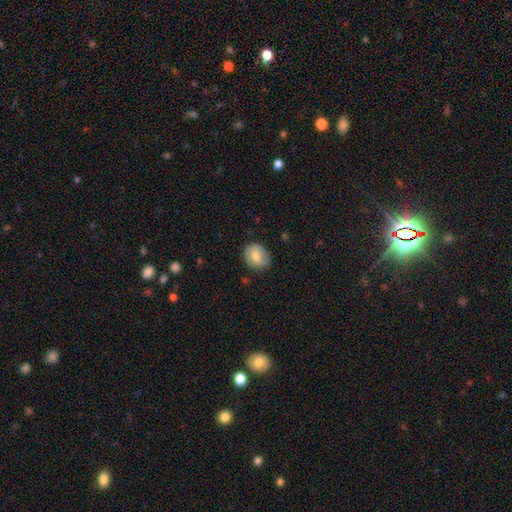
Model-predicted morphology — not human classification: The model was most divided on "how rounded": round: 54%, in between: 45%, cigar-shaped: 1%. More confident: merging — none (76%); smooth or featured — smooth (74%).